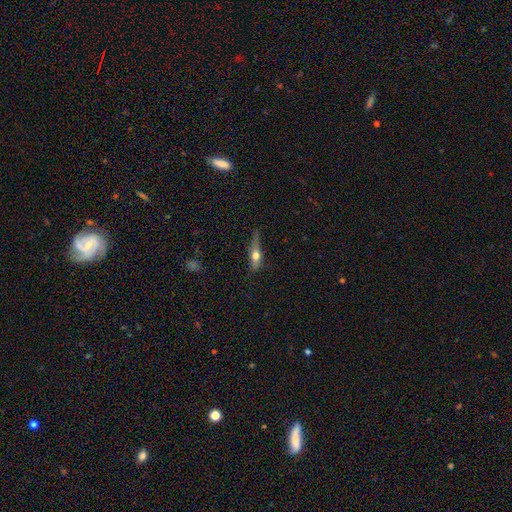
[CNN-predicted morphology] The model was most divided on "smooth or featured": featured or disk: 49%, smooth: 43%, star or artifact: 8%. More confident: merging — none (67%).